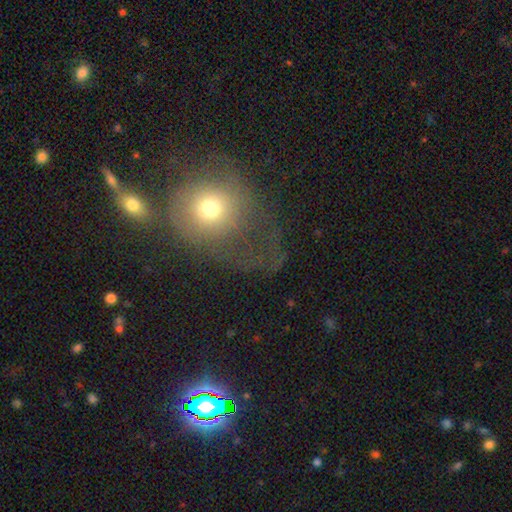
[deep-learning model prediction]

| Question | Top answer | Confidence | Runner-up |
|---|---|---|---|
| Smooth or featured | smooth | 49% | featured or disk (28%) |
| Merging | none | 39% | major disturbance (29%) |